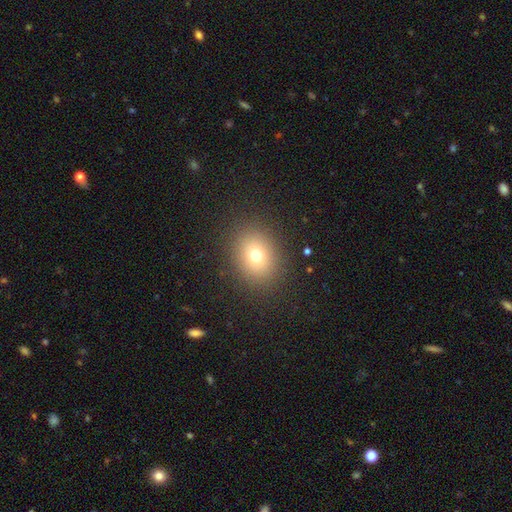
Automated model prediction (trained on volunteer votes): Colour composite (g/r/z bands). It shows a smooth galaxy with no disk features (73%) that is round (58%). Merging: none (88%).